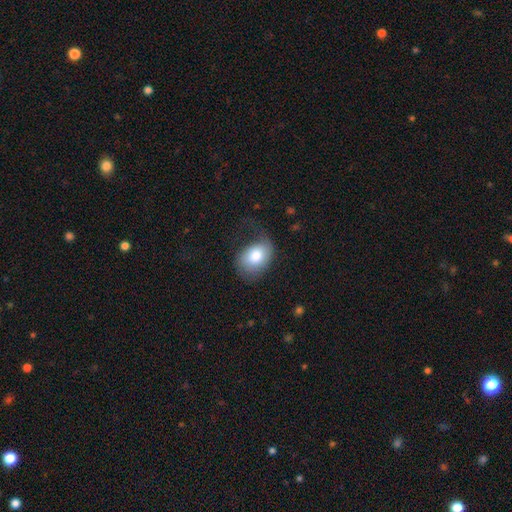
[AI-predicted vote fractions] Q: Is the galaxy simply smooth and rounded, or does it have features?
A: smooth — 75%.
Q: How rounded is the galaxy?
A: in between — 77%.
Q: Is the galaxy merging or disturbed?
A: none — 38%.